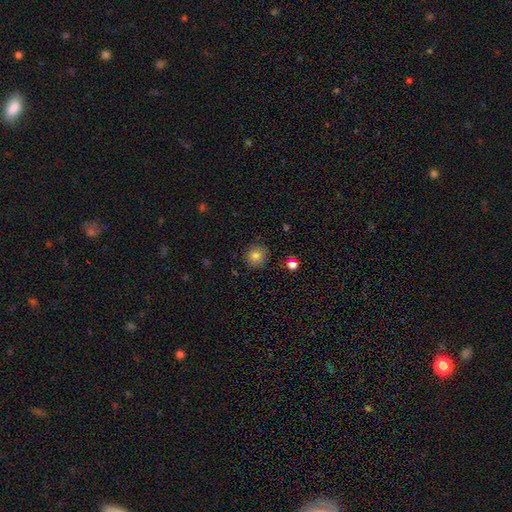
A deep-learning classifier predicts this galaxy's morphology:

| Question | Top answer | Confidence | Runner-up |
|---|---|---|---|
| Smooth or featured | smooth | 82% | star or artifact (11%) |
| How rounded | round | 86% | in between (13%) |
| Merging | none | 85% | minor disturbance (11%) |